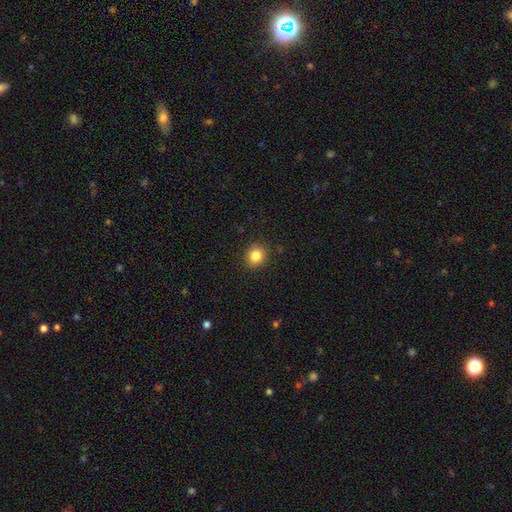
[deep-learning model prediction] Morphology: type=smooth (84%); roundness=round (76%); merging=none (89%).